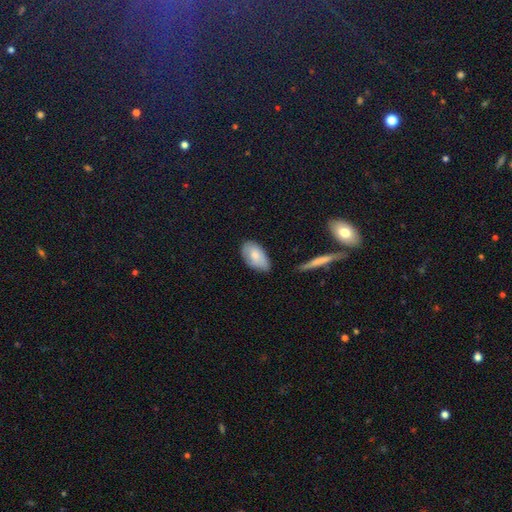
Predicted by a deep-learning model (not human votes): A smooth galaxy with no disk features (76%) that is in between round and cigar-shaped (93%). Merging: none (68%).